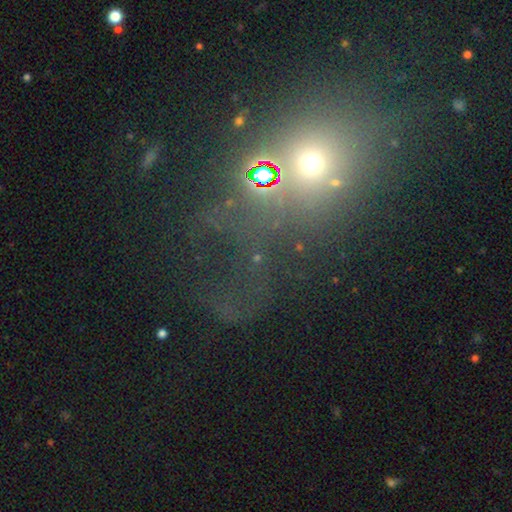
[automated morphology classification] This is possibly a star or artifact rather than a galaxy (51%).